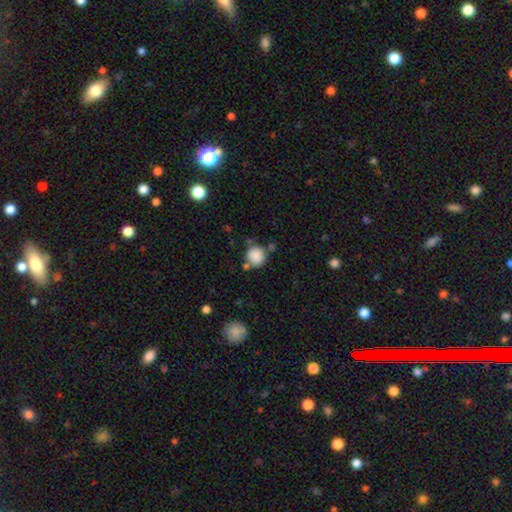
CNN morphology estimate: smooth-or-featured: smooth: 86% | star or artifact: 9% | featured or disk: 5%
  how-rounded: round: 89% | in between: 10% | cigar-shaped: 1%
  merging: none: 68% | minor disturbance: 15% | merger: 12% | major disturbance: 5%